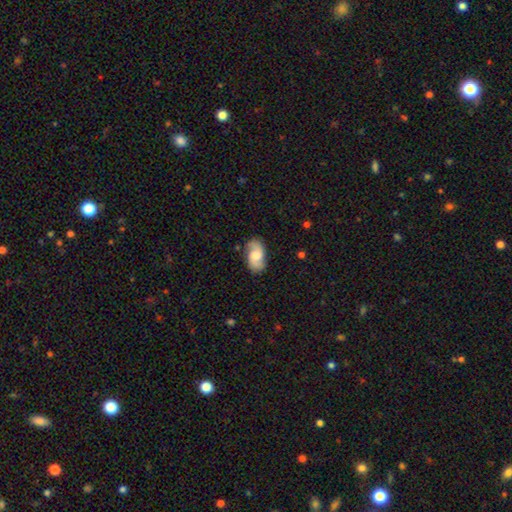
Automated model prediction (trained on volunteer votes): The model was most divided on "spiral winding": medium: 45%, loose: 34%, tight: 20%. Remaining: edge-on disk — no (96%); spiral arms — yes (93%); spiral arm count — 2 (87%); merging — none (78%); smooth or featured — featured or disk (63%); bar — no (54%); bulge size — moderate (40%).